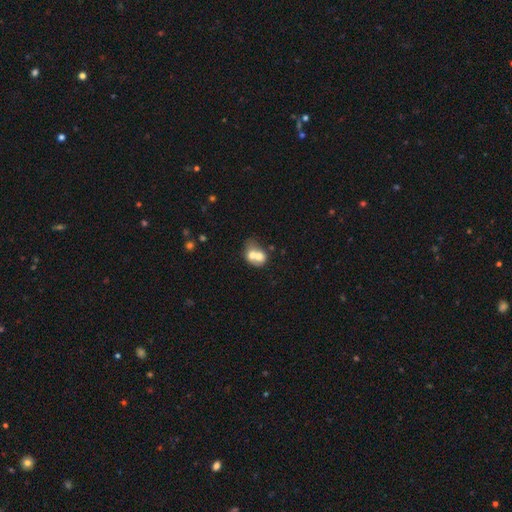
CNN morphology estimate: The model was most divided on "how rounded": round: 56%, in between: 43%, cigar-shaped: 1%. More confident: merging — merger (72%); smooth or featured — smooth (62%).